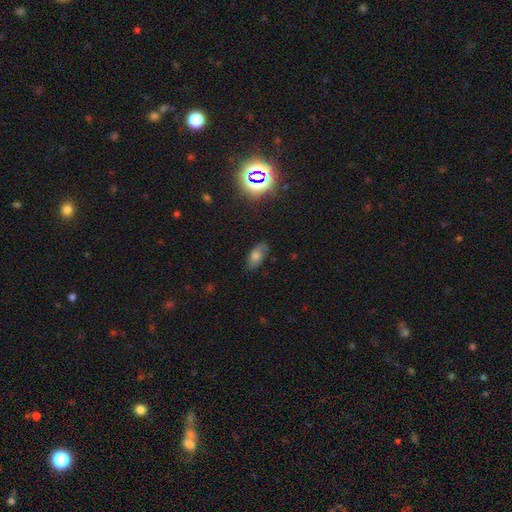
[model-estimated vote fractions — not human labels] A smooth galaxy with no disk features (62%) that is in between round and cigar-shaped (88%). Merging: none (74%).